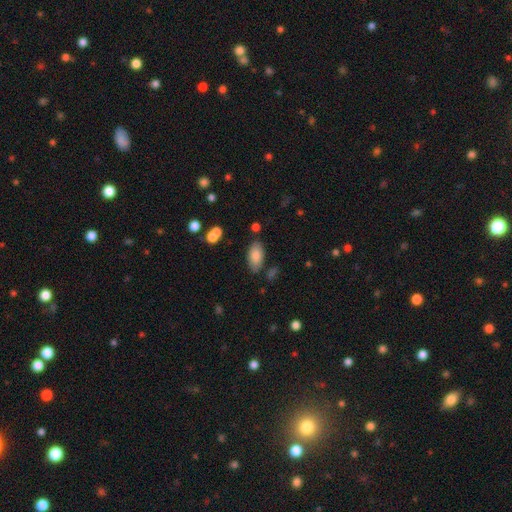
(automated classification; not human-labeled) smooth_or_featured: smooth (p=0.82) [alt: featured or disk p=0.11]
how_rounded: in between (p=0.93) [alt: cigar-shaped p=0.04]
merging: none (p=0.79) [alt: minor disturbance p=0.13]